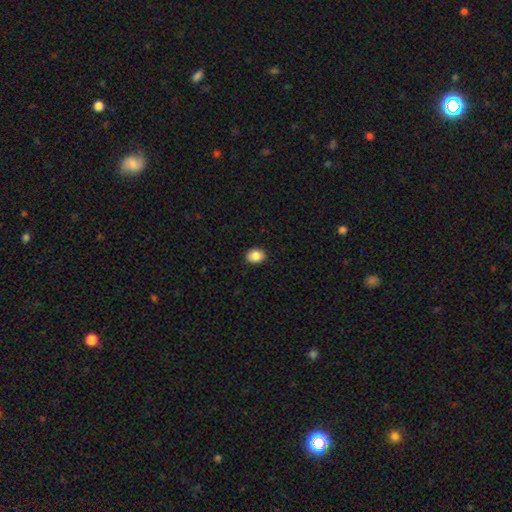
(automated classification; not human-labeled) Smooth or featured?
  - smooth: 86% *
  - star or artifact: 9%
  - featured or disk: 5%
How rounded?
  - in between: 58% *
  - round: 41%
  - cigar-shaped: 1%
Merging?
  - none: 91% *
  - minor disturbance: 7%
  - major disturbance: 2%
  - merger: 1%